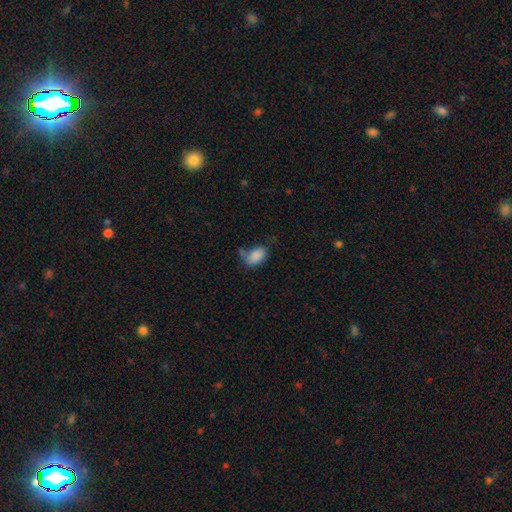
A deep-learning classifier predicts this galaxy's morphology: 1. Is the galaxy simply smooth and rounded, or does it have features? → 86% smooth, 8% star or artifact, 6% featured or disk.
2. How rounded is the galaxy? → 91% in between, 7% round, 2% cigar-shaped.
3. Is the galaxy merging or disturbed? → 50% none, 25% minor disturbance, 13% merger, 11% major disturbance.